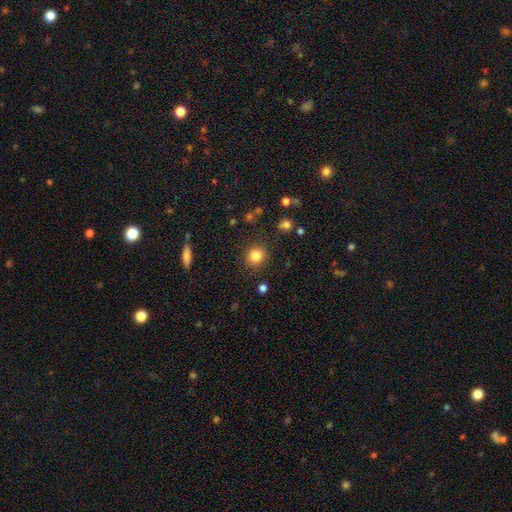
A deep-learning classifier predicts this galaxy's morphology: smooth-or-featured: smooth: 83% | star or artifact: 11% | featured or disk: 6%
  how-rounded: round: 74% | in between: 25% | cigar-shaped: 1%
  merging: none: 87% | minor disturbance: 8% | major disturbance: 3% | merger: 2%